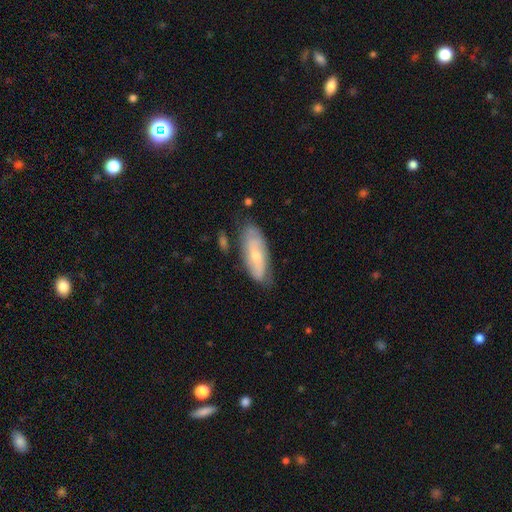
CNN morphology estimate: Smooth or featured?
  - featured or disk: 56% *
  - smooth: 37%
  - star or artifact: 7%
Edge-on disk?
  - no: 83% *
  - yes: 17%
Merging?
  - none: 71% *
  - minor disturbance: 21%
  - major disturbance: 5%
  - merger: 3%